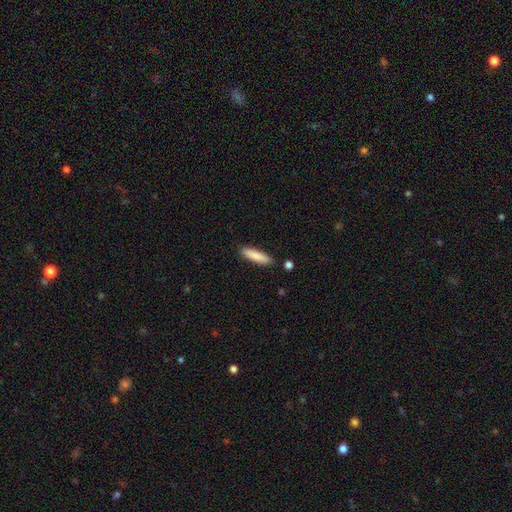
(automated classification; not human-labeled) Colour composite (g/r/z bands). It shows a smooth galaxy with no disk features (85%) that is cigar-shaped (77%). Merging: none (87%).